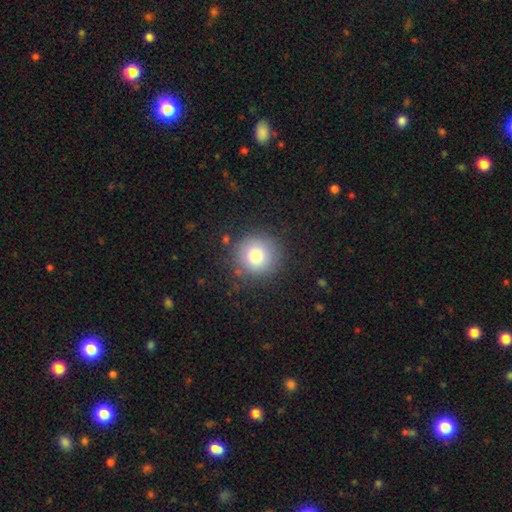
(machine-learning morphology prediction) type=smooth (80%); roundness=round (95%); merging=none (85%).